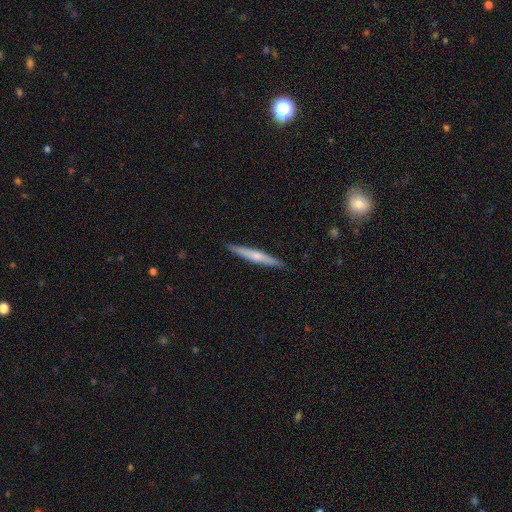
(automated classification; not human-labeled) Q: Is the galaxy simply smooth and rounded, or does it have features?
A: featured or disk — 49%.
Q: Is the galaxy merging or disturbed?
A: none — 90%.